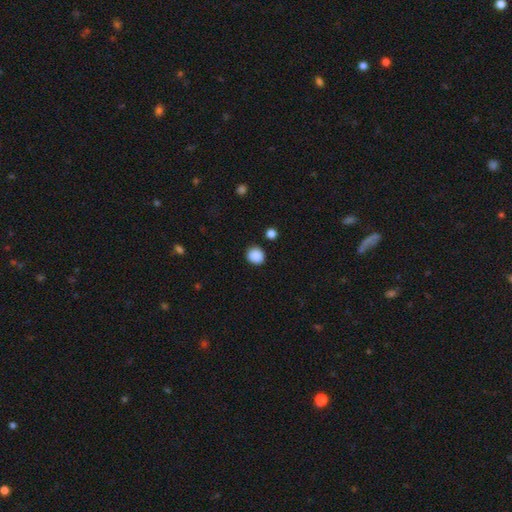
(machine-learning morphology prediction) Overall: smooth (88%). How rounded: round (86%). Merging: none (88%).